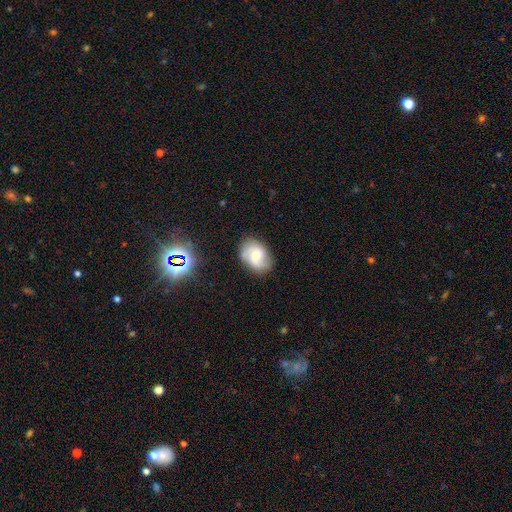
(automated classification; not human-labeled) A featured or disk galaxy (65%) with no bar (60%), 2 (59%) medium (45%) spiral arms (91%) and a moderate central bulge (52%). Merging: none (76%).